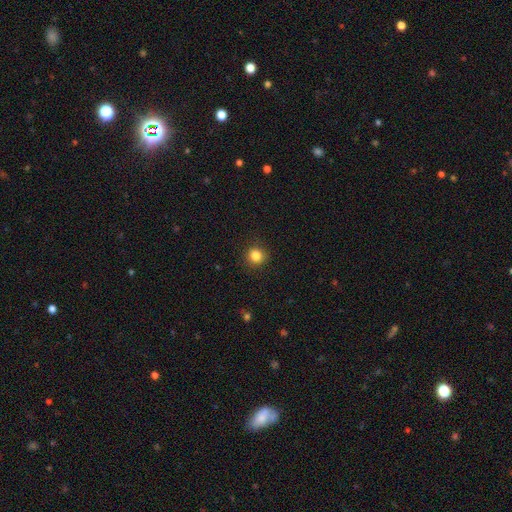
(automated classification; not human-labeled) This is clearly a smooth galaxy (84%). How rounded: clearly round (89%). Merging: clearly none (90%).